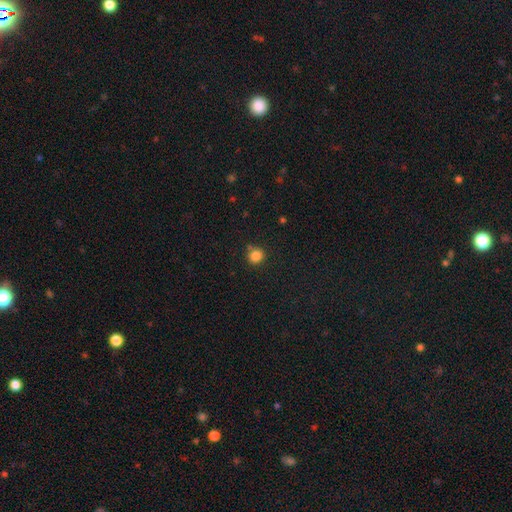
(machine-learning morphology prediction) This is clearly a smooth galaxy (84%). How rounded: clearly round (90%). Merging: clearly none (83%).